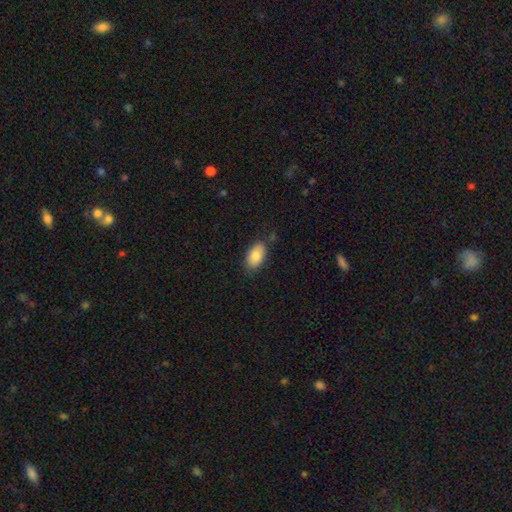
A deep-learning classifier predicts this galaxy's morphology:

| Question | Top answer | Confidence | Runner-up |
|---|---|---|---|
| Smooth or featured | smooth | 86% | featured or disk (7%) |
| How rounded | in between | 93% | round (4%) |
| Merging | none | 76% | minor disturbance (17%) |